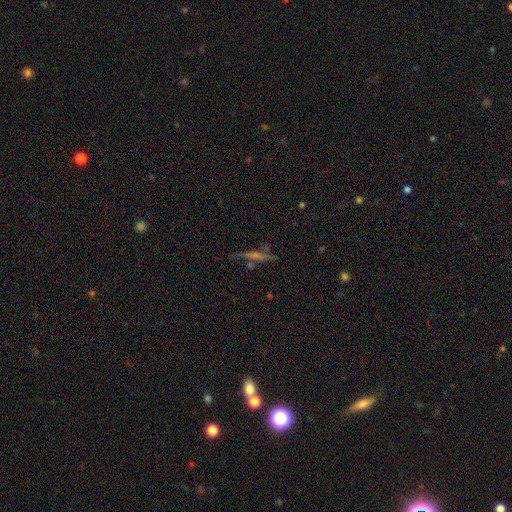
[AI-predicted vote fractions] Overall: featured or disk (44%; smooth 30%). Merging: none (59%).